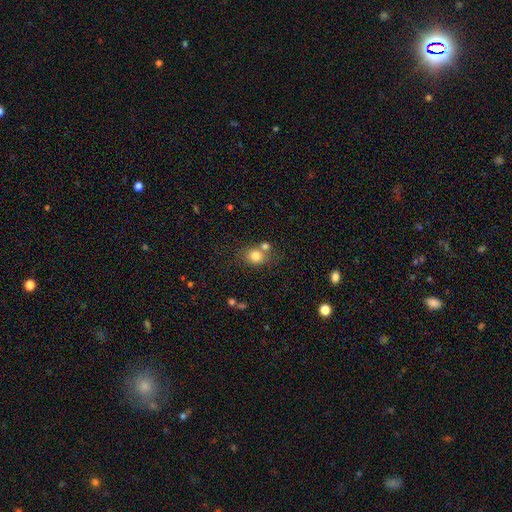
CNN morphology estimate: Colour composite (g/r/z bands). It shows a smooth galaxy with no disk features (80%) that is round (70%). Merging: none (56%).